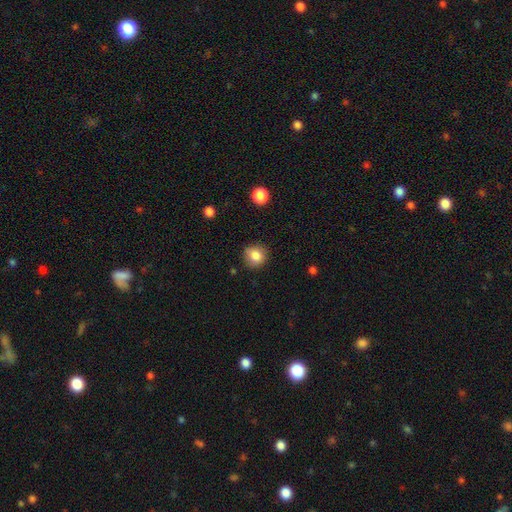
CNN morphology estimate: Smooth or featured? Predicted: smooth (p=0.84). How rounded? Predicted: round (p=0.89). Merging? Predicted: none (p=0.84).